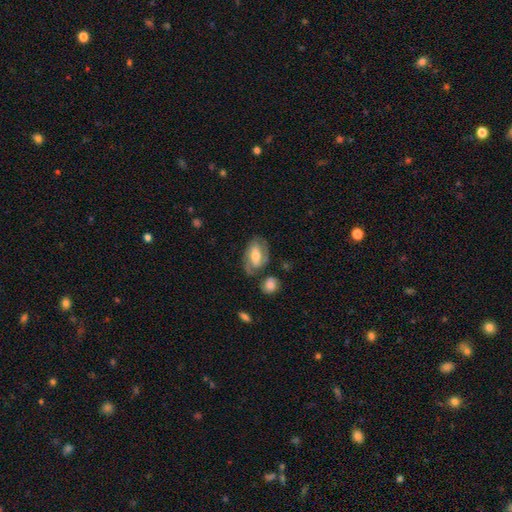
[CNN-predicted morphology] smooth-or-featured: featured or disk: 65% | smooth: 29% | star or artifact: 6%
  disk-edge-on: no: 93% | yes: 7%
    bar: weak: 38% | strong: 33% | no: 29%
    has-spiral-arms: yes: 81% | no: 19%
    bulge-size: moderate: 63% | small: 22% | large: 12% | none: 2% | dominant: 1%
  merging: none: 61% | minor disturbance: 21% | major disturbance: 10% | merger: 8%